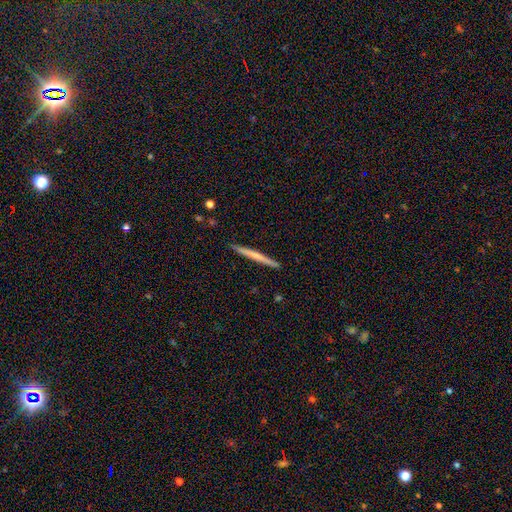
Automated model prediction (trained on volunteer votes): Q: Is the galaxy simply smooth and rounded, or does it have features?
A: smooth — 49%.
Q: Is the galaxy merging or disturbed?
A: none — 92%.